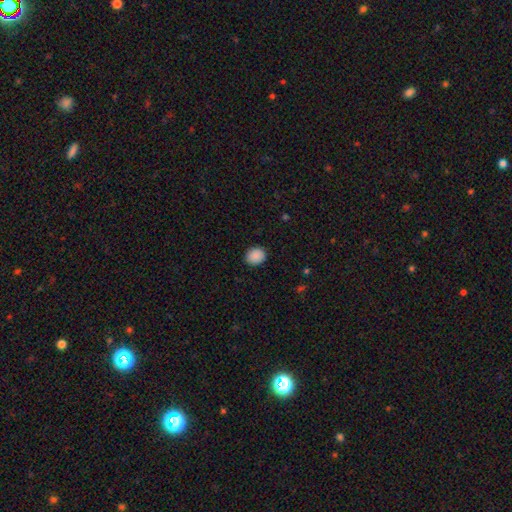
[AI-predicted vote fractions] Morphology: type=smooth (89%); roundness=round (69%); merging=none (90%).